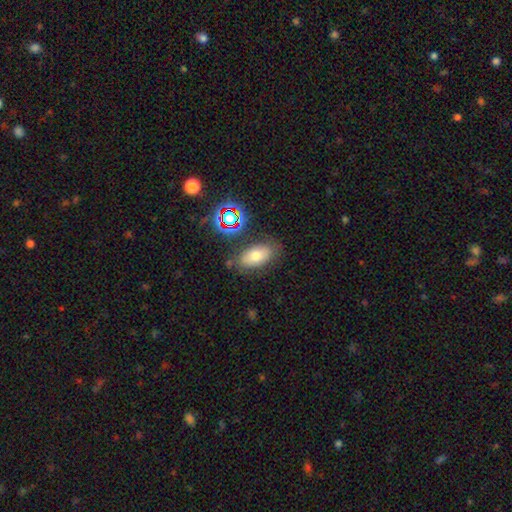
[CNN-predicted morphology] Smooth or featured?
  - smooth: 65% *
  - featured or disk: 20%
  - star or artifact: 16%
How rounded?
  - in between: 89% *
  - round: 8%
  - cigar-shaped: 3%
Merging?
  - none: 76% *
  - minor disturbance: 15%
  - major disturbance: 5%
  - merger: 4%